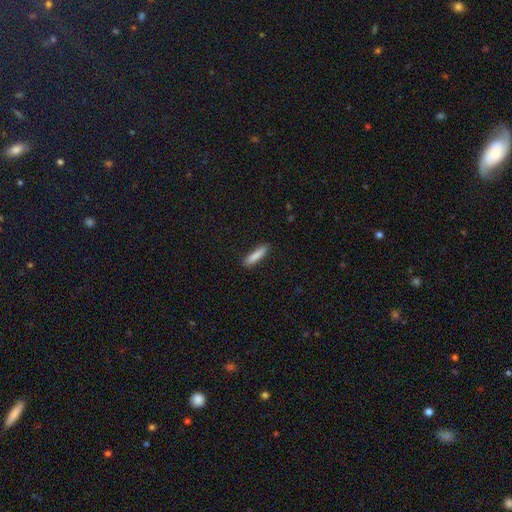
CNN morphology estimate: Smooth or featured? Predicted: smooth (p=0.85). How rounded? Predicted: cigar-shaped (p=0.82). Merging? Predicted: none (p=0.88).